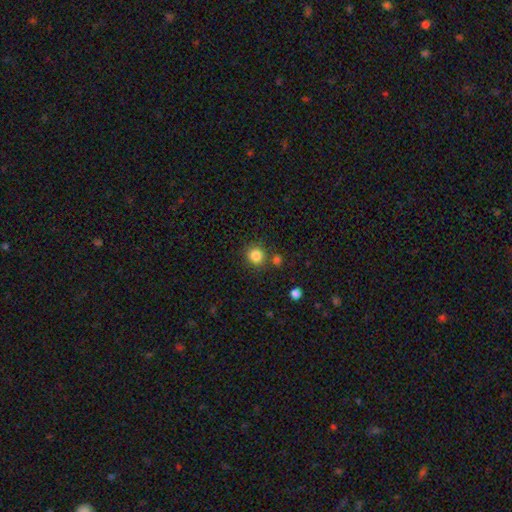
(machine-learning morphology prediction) Smooth or featured? Predicted: smooth (p=0.84). How rounded? Predicted: round (p=0.89). Merging? Predicted: none (p=0.79).